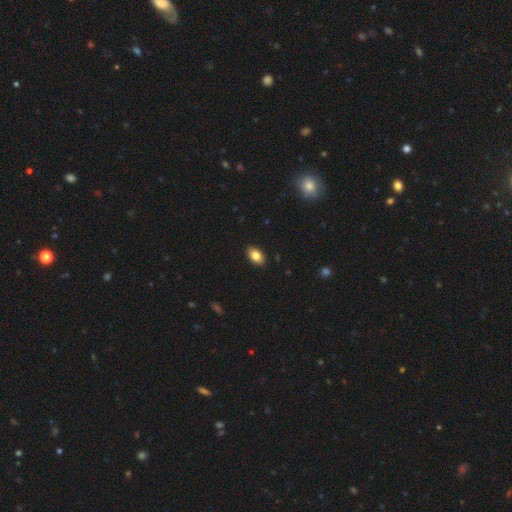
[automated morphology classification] Smooth or featured?
  - smooth: 83% *
  - featured or disk: 9%
  - star or artifact: 8%
How rounded?
  - in between: 90% *
  - round: 8%
  - cigar-shaped: 2%
Merging?
  - none: 89% *
  - minor disturbance: 8%
  - major disturbance: 2%
  - merger: 1%